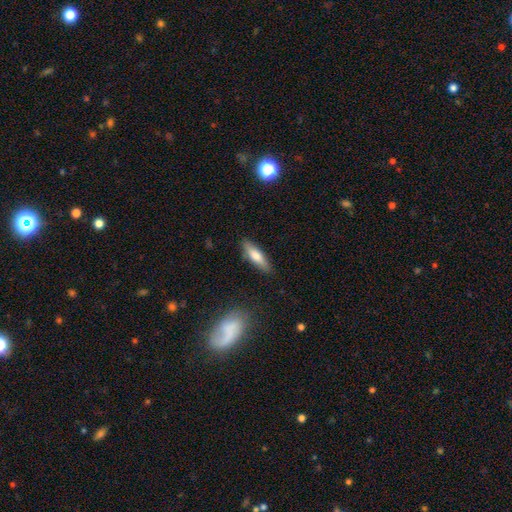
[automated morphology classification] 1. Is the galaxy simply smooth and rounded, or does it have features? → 71% smooth, 23% featured or disk, 6% star or artifact.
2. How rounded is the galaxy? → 67% cigar-shaped, 32% in between, 2% round.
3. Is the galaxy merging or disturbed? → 85% none, 11% minor disturbance, 2% major disturbance, 2% merger.